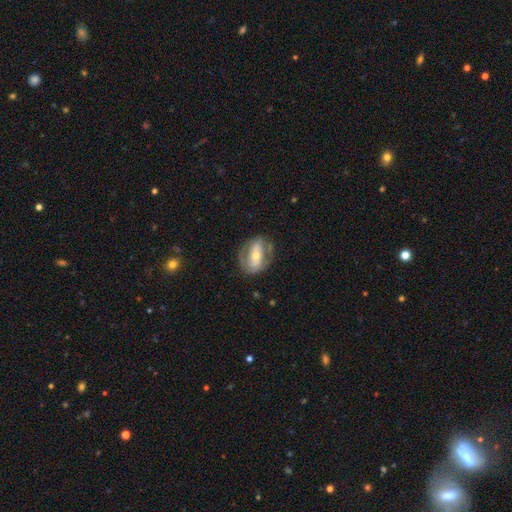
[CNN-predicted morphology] Q: Smooth or featured?
A: featured or disk (67%); runner-up: smooth (27%)
Q: Edge-on disk?
A: no (92%); runner-up: yes (8%)
Q: Bar?
A: strong (44%); runner-up: no (32%)
Q: Spiral arms?
A: yes (52%); runner-up: no (48%)
Q: Bulge size?
A: moderate (53%); runner-up: small (40%)
Q: Merging?
A: none (69%); runner-up: minor disturbance (18%)